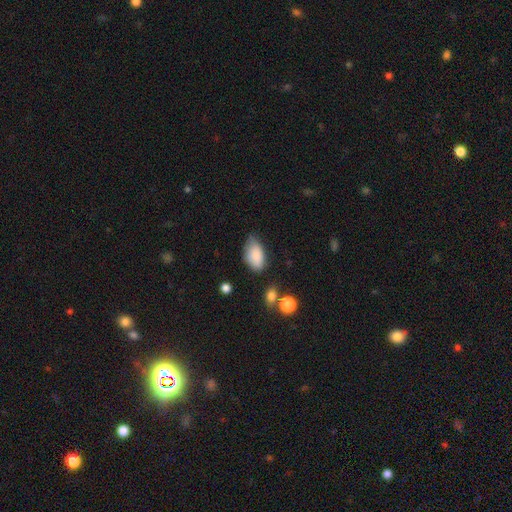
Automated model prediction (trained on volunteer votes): Smooth or featured? Predicted: smooth (p=0.85). How rounded? Predicted: in between (p=0.92). Merging? Predicted: none (p=0.52).